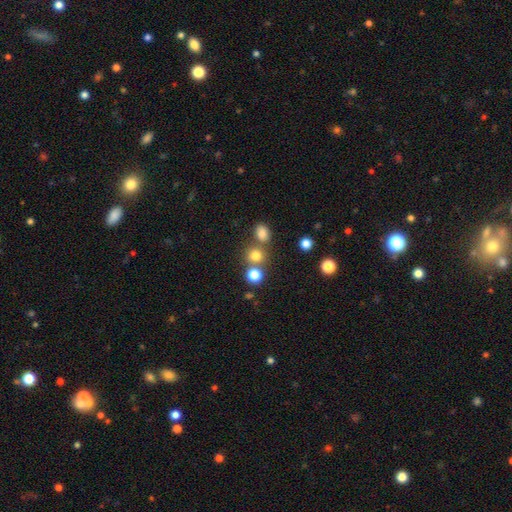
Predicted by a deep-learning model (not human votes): This is likely a smooth galaxy (76%). How rounded: clearly round (83%). Merging: likely none (64%).